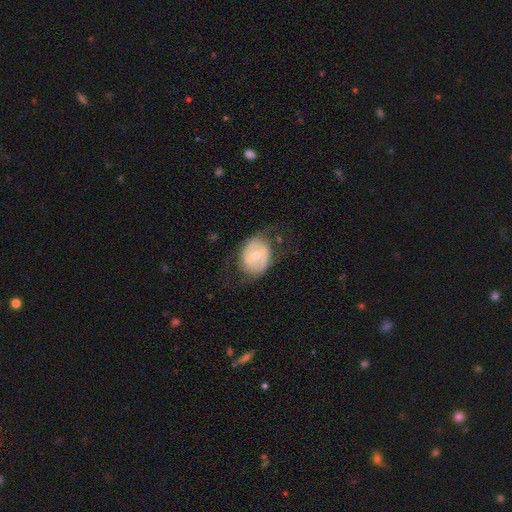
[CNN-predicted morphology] A featured or disk galaxy (63%) with a weak bar (42%), no spiral arms (55%) and a moderate central bulge (67%). Merging: none (57%).